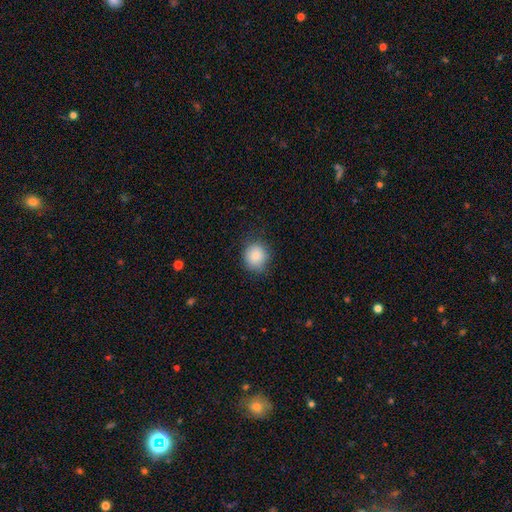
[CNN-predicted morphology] smooth_or_featured: smooth (p=0.85) [alt: star or artifact p=0.09]
how_rounded: round (p=0.82) [alt: in between p=0.17]
merging: none (p=0.82) [alt: minor disturbance p=0.14]